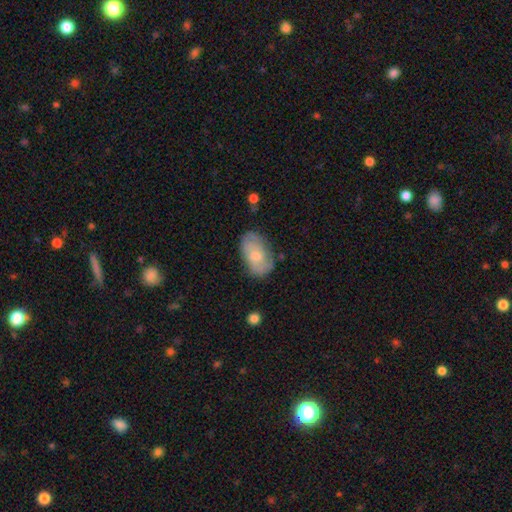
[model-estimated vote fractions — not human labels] smooth_or_featured: smooth (p=0.52) [alt: featured or disk p=0.42]
how_rounded: in between (p=0.91) [alt: round p=0.07]
merging: none (p=0.68) [alt: minor disturbance p=0.23]